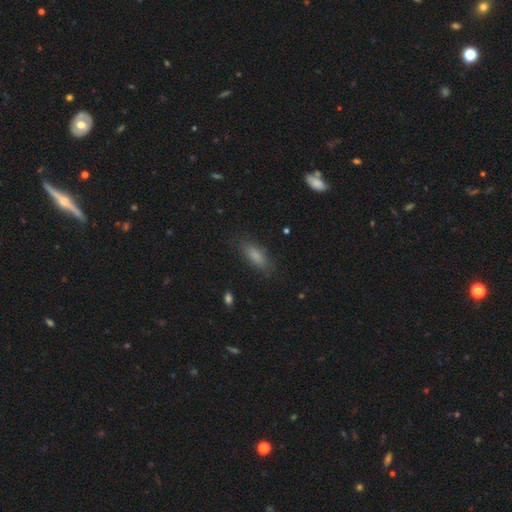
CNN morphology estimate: This is clearly a smooth galaxy (81%). How rounded: likely in between (71%). Merging: clearly none (82%).